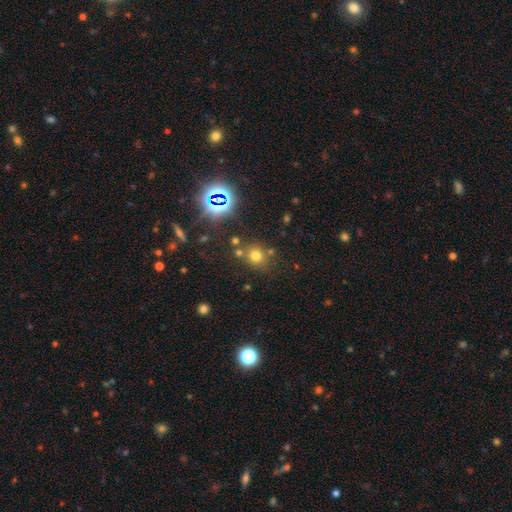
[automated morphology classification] Overall: smooth (66%). How rounded: round (84%). Merging: none (72%).